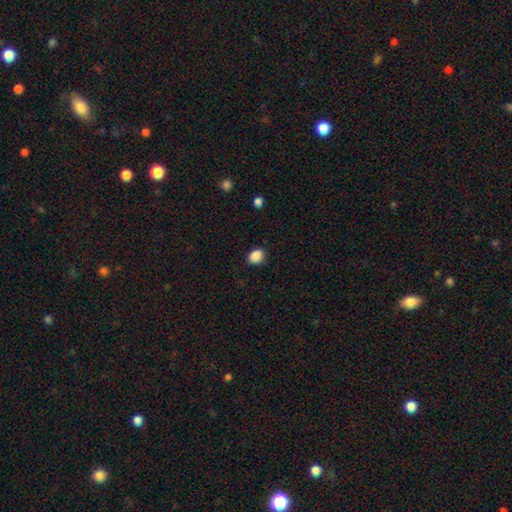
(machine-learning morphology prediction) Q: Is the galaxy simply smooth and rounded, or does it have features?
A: smooth — 88%.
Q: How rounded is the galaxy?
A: in between — 60%.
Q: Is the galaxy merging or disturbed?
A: none — 86%.